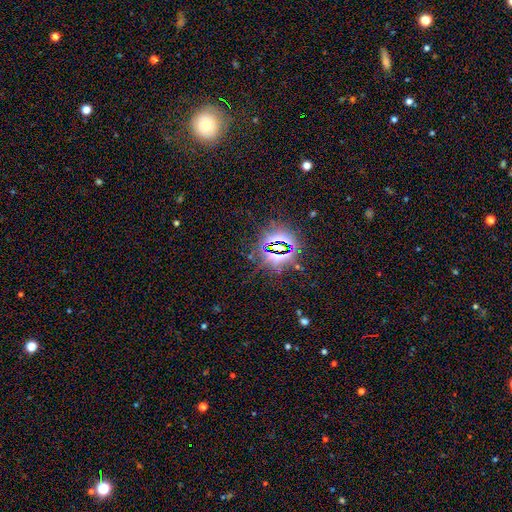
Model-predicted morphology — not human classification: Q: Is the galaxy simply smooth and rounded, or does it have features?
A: star or artifact — 81%.